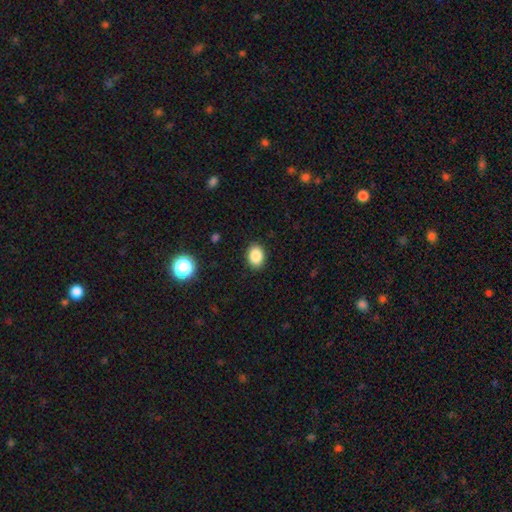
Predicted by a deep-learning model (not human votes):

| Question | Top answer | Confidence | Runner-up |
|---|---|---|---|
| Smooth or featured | smooth | 87% | star or artifact (9%) |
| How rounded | in between | 69% | round (30%) |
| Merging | none | 90% | minor disturbance (7%) |